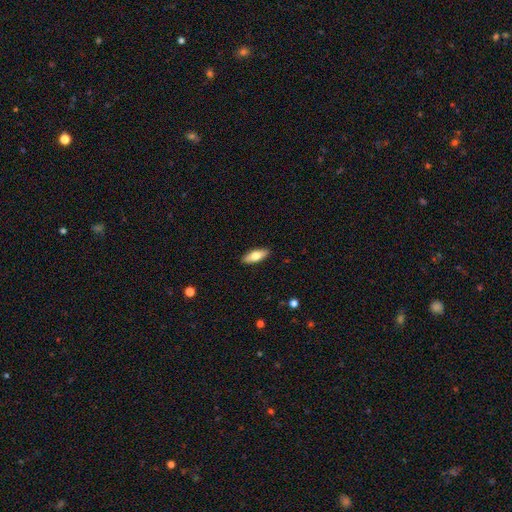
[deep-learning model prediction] smooth-or-featured: smooth: 73% | featured or disk: 21% | star or artifact: 6%
  how-rounded: in between: 70% | cigar-shaped: 28% | round: 2%
  merging: none: 90% | minor disturbance: 8% | major disturbance: 2% | merger: 1%